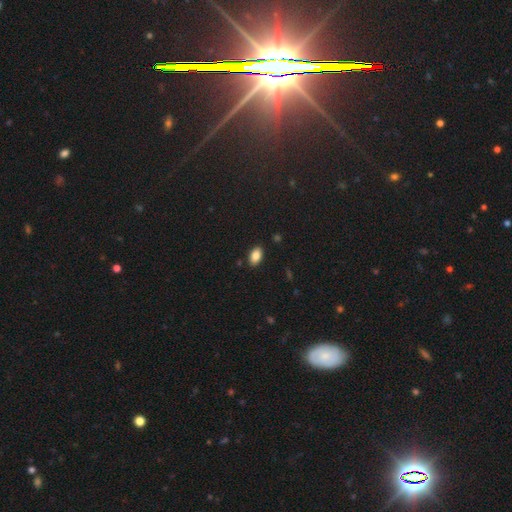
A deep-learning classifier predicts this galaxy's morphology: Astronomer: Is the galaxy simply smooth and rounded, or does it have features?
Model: smooth — 86%.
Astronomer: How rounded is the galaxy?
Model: in between — 92%.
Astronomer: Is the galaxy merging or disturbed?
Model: none — 88%.